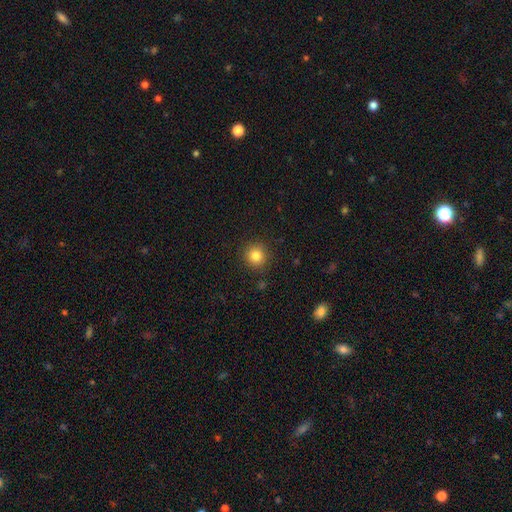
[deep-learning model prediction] smooth 84%, star or artifact 11%, featured or disk 5%. Down the decision tree: how rounded — round (93%); merging — none (90%).